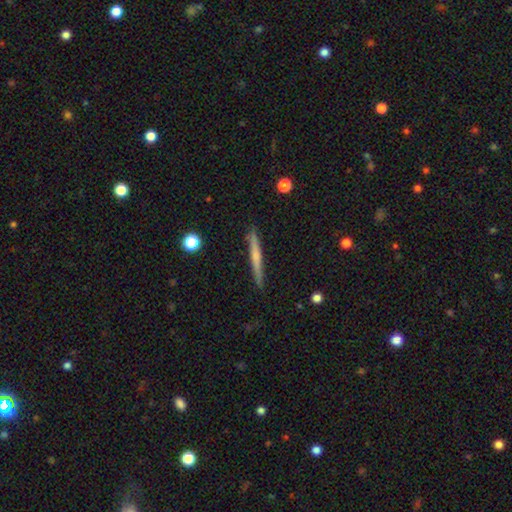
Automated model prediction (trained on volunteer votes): Smooth or featured? smooth (53%)
How rounded? cigar-shaped (96%)
Merging? none (89%)